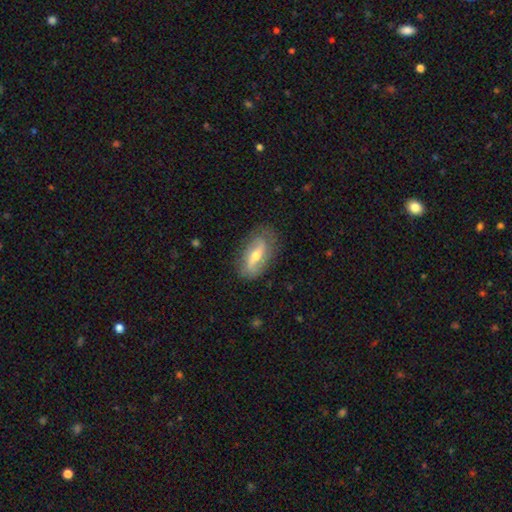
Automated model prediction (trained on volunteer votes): Smooth or featured? featured or disk (70%)
Edge-on disk? no (88%)
Bar? weak (37%)
Spiral arms? yes (80%)
Bulge size? moderate (65%)
Merging? none (79%)